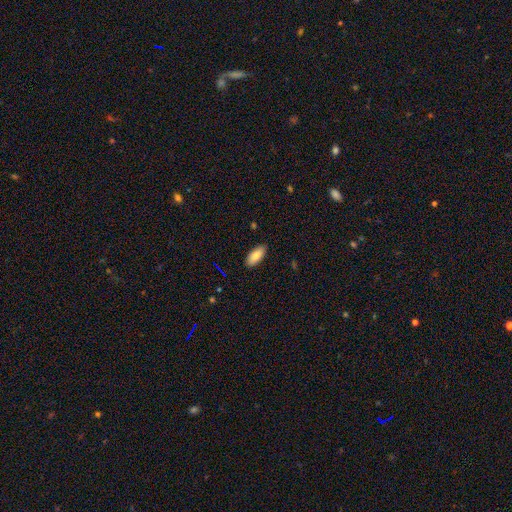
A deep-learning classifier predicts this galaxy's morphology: Smooth or featured?
  - smooth: 84% *
  - featured or disk: 10%
  - star or artifact: 7%
How rounded?
  - in between: 87% *
  - cigar-shaped: 11%
  - round: 2%
Merging?
  - none: 87% *
  - minor disturbance: 10%
  - major disturbance: 2%
  - merger: 1%